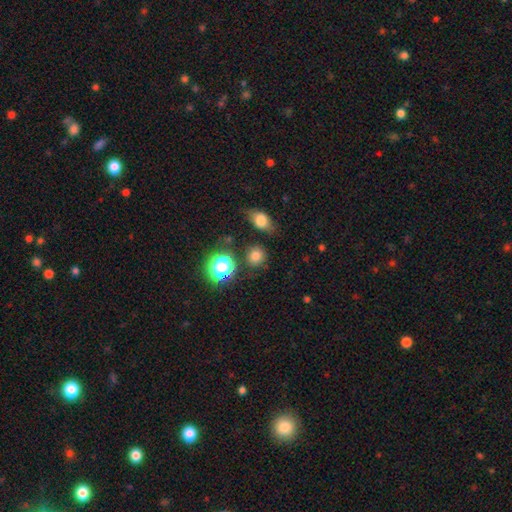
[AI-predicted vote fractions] A smooth galaxy with no disk features (74%) that is round (84%). Merging: none (80%).